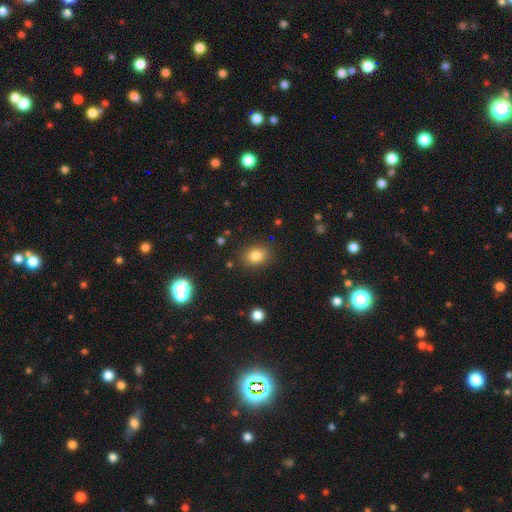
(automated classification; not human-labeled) Overall: smooth (82%). How rounded: in between (60%; round 39%). Merging: none (86%).